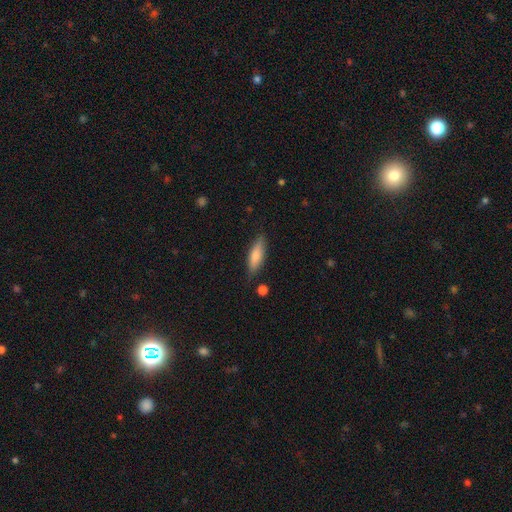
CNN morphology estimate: A smooth galaxy with no disk features (76%) that is cigar-shaped (53%). Merging: none (80%).